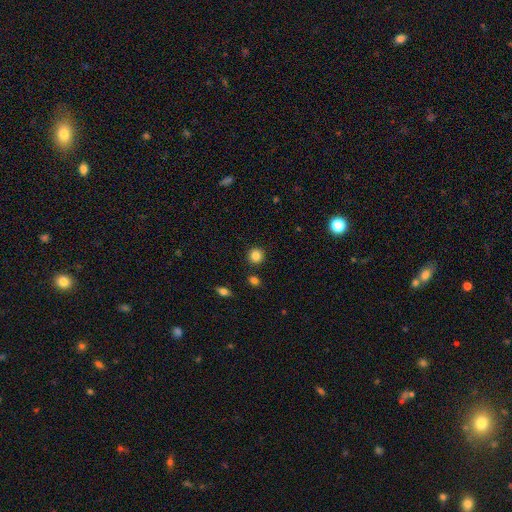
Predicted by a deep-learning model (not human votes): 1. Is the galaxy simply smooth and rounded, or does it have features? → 84% smooth, 11% star or artifact, 5% featured or disk.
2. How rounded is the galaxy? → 92% round, 7% in between, 1% cigar-shaped.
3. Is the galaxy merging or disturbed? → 89% none, 6% minor disturbance, 3% merger, 2% major disturbance.